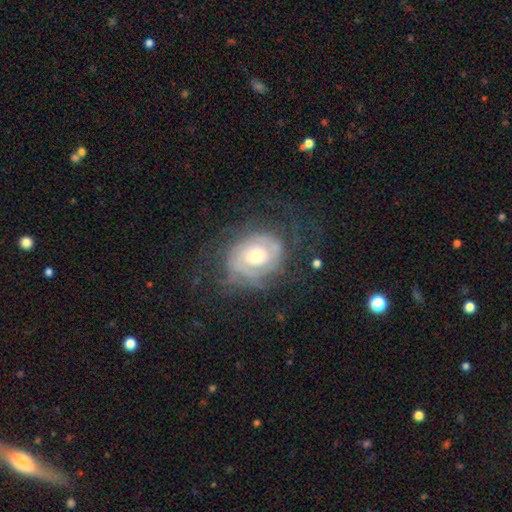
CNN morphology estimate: type=featured or disk (79%); edge-on=no (97%); bar=no (74%); spiral arms=yes (88%); winding=tight (67%); arm count=can't tell (43%); bulge=moderate (59%); merging=none (63%).